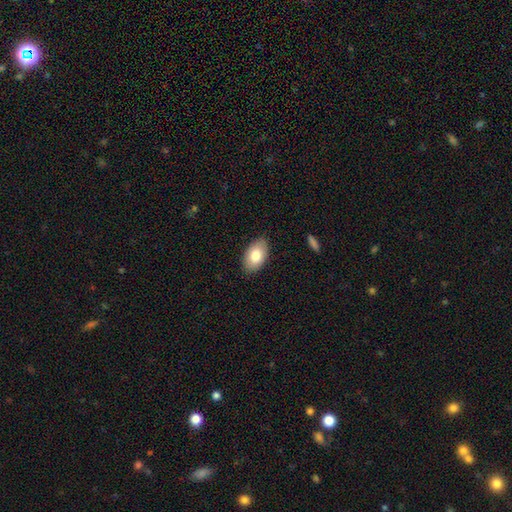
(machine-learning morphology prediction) smooth_or_featured: smooth (p=0.81) [alt: featured or disk p=0.13]
how_rounded: in between (p=0.94) [alt: round p=0.05]
merging: none (p=0.86) [alt: minor disturbance p=0.11]